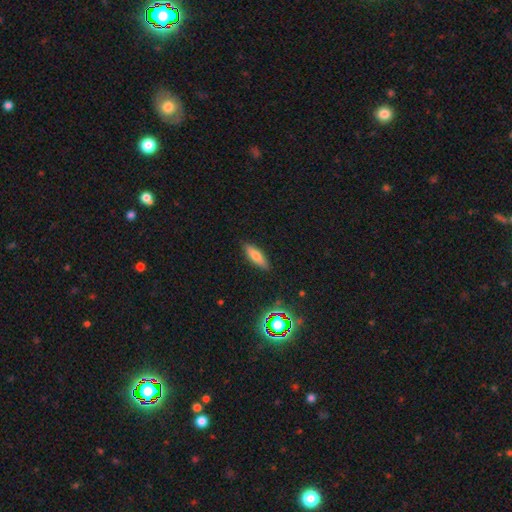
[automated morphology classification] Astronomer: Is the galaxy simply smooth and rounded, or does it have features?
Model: smooth — 68%.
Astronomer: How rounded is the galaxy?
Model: cigar-shaped — 53% (runner-up: in between, 45%).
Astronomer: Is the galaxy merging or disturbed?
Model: none — 87%.